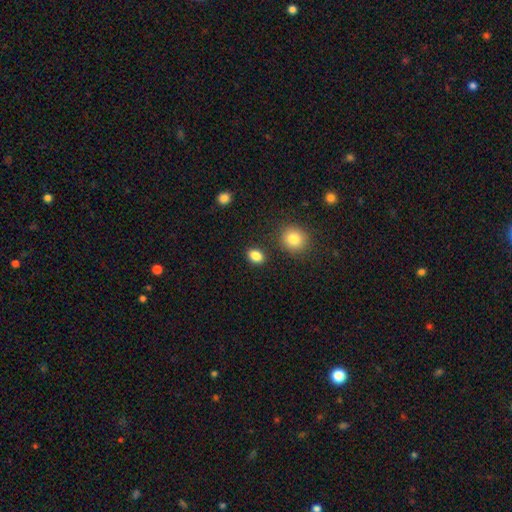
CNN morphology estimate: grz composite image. It shows a smooth galaxy with no disk features (85%) that is in between round and cigar-shaped (67%). Merging: none (85%).